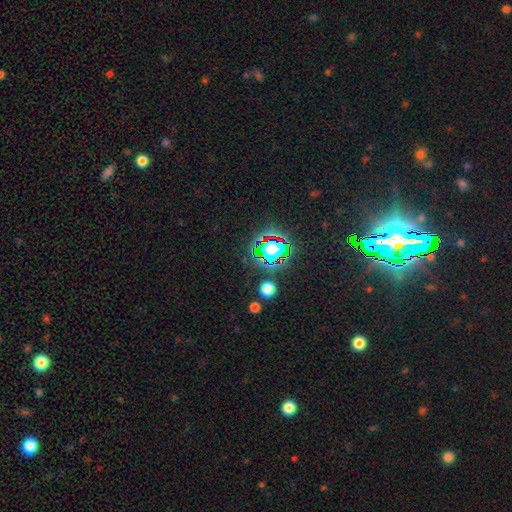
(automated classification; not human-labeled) smooth-or-featured: star or artifact: 81% | smooth: 10% | featured or disk: 9%